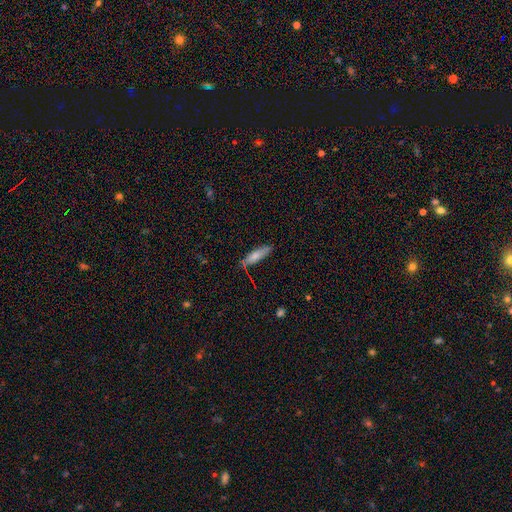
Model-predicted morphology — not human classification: smooth 74%, featured or disk 19%, star or artifact 7%. Down the decision tree: how rounded — cigar-shaped (59%); merging — none (70%).